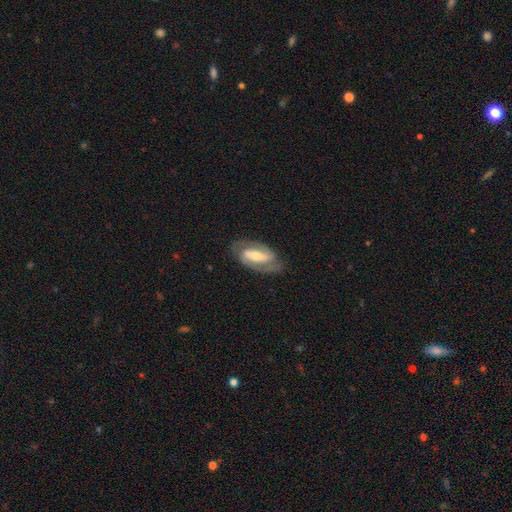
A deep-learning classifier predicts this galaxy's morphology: Smooth or featured? featured or disk (83%)
Edge-on disk? no (95%)
Bar? strong (55%)
Spiral arms? yes (91%)
Spiral winding? medium (45%)
Spiral arm count? 2 (88%)
Bulge size? moderate (52%)
Merging? none (81%)